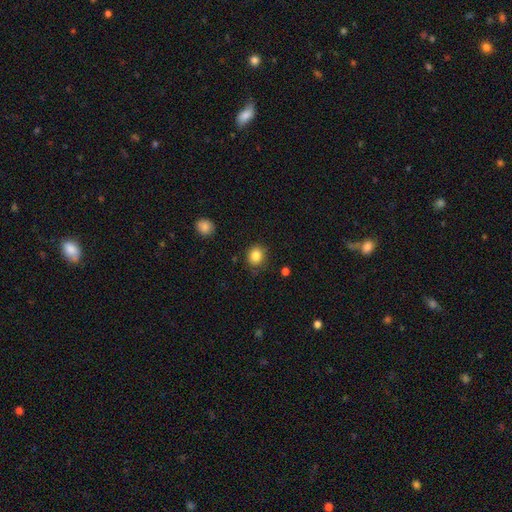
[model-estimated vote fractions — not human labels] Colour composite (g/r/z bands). It shows a smooth galaxy with no disk features (85%) that is round (71%). Merging: none (79%).